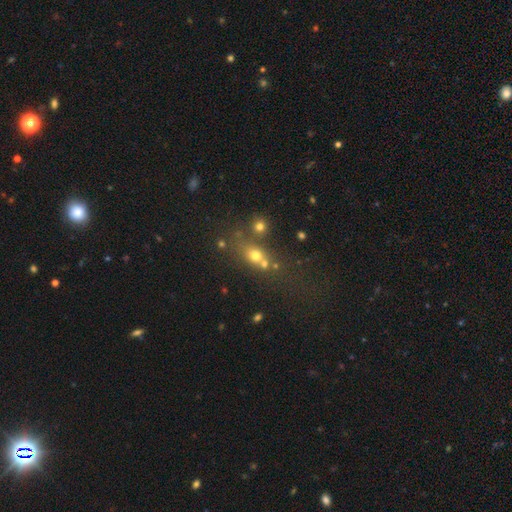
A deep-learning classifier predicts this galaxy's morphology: smooth_or_featured: smooth (p=0.64) [alt: star or artifact p=0.20]
how_rounded: round (p=0.50) [alt: in between p=0.43]
merging: none (p=0.50) [alt: merger p=0.30]